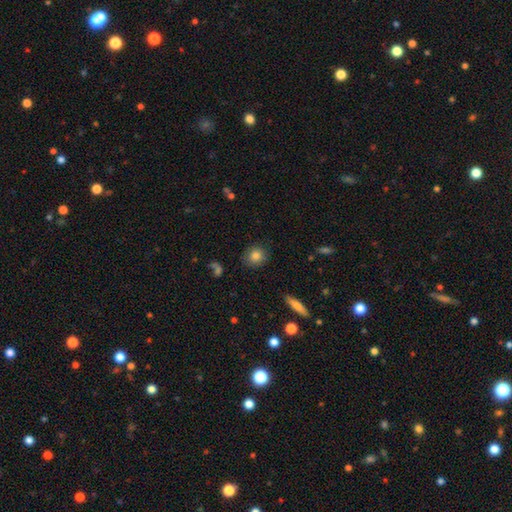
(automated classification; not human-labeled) smooth_or_featured: smooth (p=0.83) [alt: star or artifact p=0.10]
how_rounded: round (p=0.81) [alt: in between p=0.17]
merging: none (p=0.88) [alt: minor disturbance p=0.08]